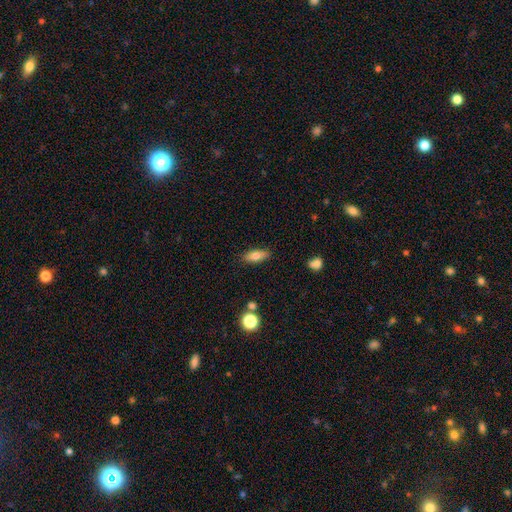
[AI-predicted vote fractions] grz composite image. It shows a smooth galaxy with no disk features (74%) that is in between round and cigar-shaped (72%). Merging: none (85%).